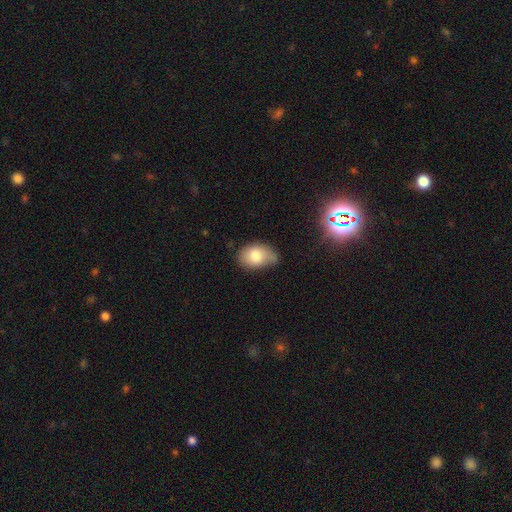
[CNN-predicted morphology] A smooth galaxy with no disk features (78%) that is in between round and cigar-shaped (84%).

Vote fractions:
- Smooth or featured? smooth: 78% / featured or disk: 14% / star or artifact: 8%
- How rounded? in between: 84% / round: 15% / cigar-shaped: 1%
- Merging? none: 48% / minor disturbance: 37% / major disturbance: 10% / merger: 5%